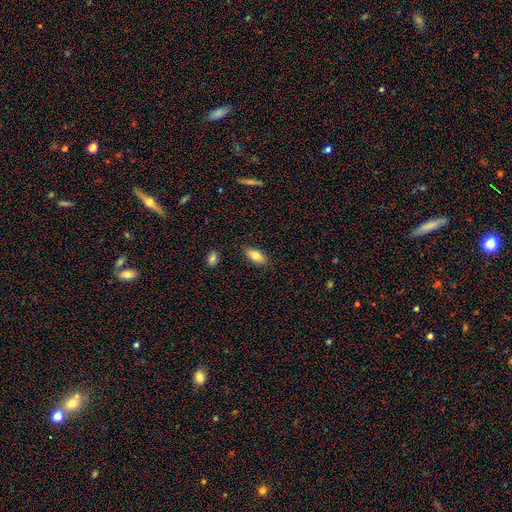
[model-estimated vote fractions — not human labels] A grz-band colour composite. It shows a smooth galaxy with no disk features (78%) that is in between round and cigar-shaped (86%). Merging: none (85%).